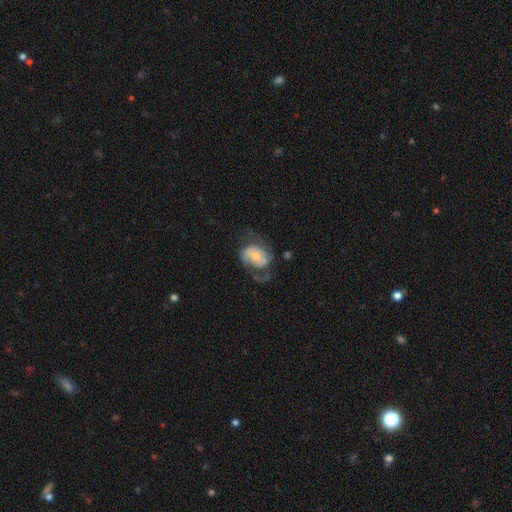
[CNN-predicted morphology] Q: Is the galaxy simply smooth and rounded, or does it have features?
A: featured or disk — 71%.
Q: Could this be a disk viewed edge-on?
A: no — 97%.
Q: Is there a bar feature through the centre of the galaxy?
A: no — 58%.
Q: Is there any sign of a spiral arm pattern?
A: yes — 83%.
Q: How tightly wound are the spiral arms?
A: medium — 42%.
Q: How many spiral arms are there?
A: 2 — 73%.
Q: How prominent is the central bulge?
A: moderate — 55%.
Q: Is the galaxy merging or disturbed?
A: none — 48%.